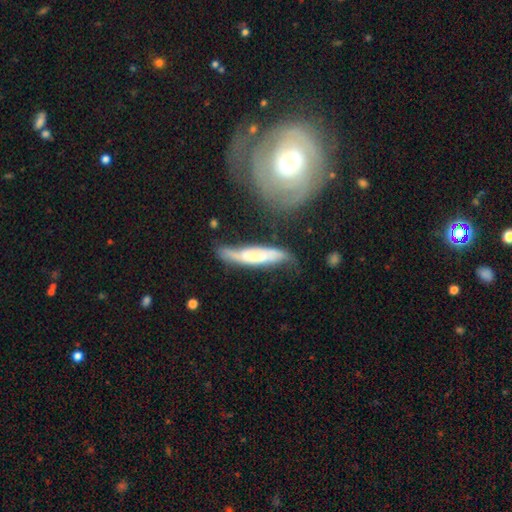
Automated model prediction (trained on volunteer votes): Smooth or featured? Predicted: featured or disk (p=0.58). Edge-on disk? Predicted: no (p=0.56). Merging? Predicted: none (p=0.56).